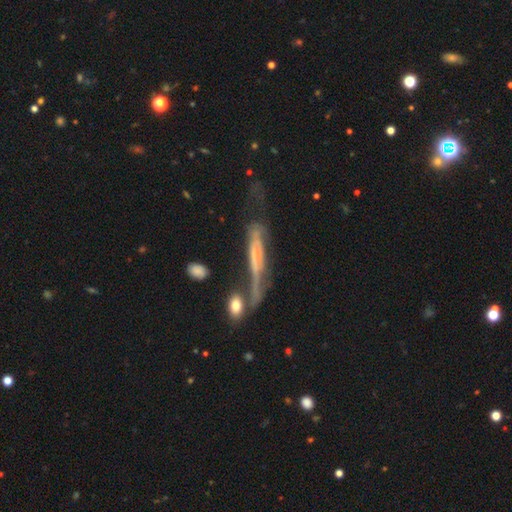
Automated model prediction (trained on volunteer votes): Q: Smooth or featured?
A: featured or disk (62%); runner-up: smooth (28%)
Q: Edge-on disk?
A: yes (61%); runner-up: no (39%)
Q: Merging?
A: major disturbance (29%); tied with: none (29%)